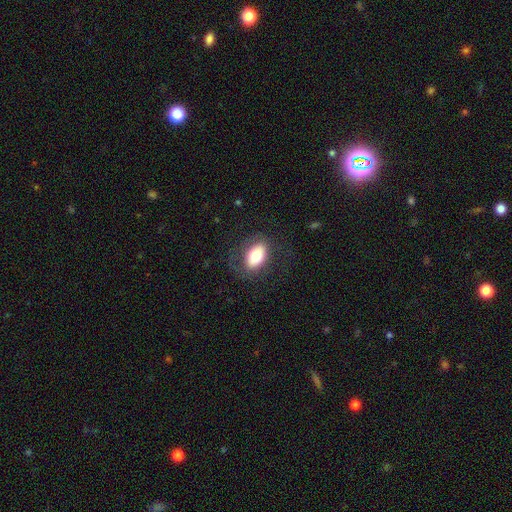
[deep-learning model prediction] smooth-or-featured: smooth: 72% | featured or disk: 21% | star or artifact: 7%
  how-rounded: in between: 90% | round: 8% | cigar-shaped: 2%
  merging: none: 75% | minor disturbance: 15% | major disturbance: 9% | merger: 1%